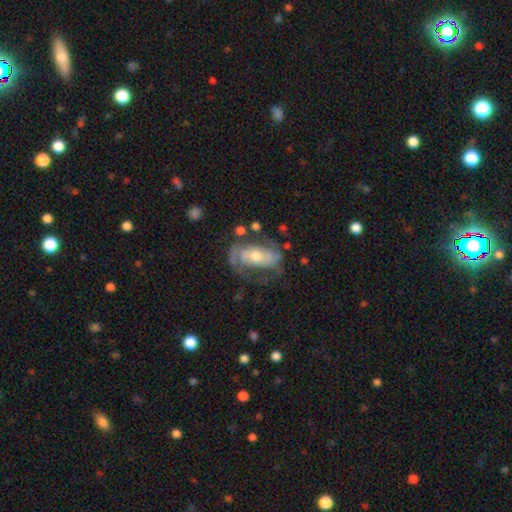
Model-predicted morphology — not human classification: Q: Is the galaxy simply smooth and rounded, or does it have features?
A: featured or disk — 74%.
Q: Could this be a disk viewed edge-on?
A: no — 94%.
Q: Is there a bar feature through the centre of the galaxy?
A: no — 57%.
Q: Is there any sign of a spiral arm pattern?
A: yes — 82%.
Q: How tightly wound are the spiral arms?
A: medium — 40%.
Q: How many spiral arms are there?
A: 2 — 60%.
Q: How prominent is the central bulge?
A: moderate — 64%.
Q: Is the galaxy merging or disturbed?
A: none — 52%.